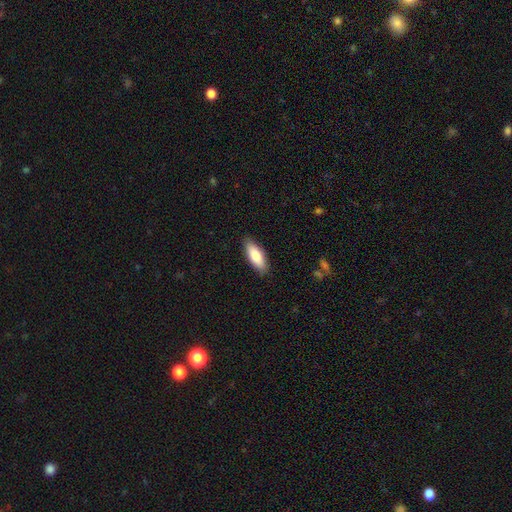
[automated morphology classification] smooth 79%, featured or disk 15%, star or artifact 6%. Down the decision tree: how rounded — in between (70%); merging — none (88%).